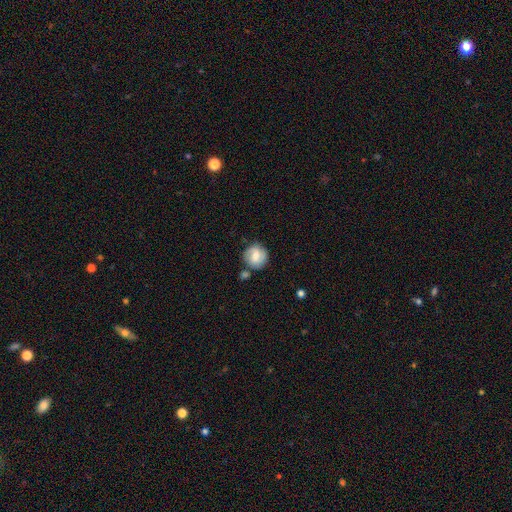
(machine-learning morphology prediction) Overall: smooth (53%; featured or disk 39%). How rounded: round (88%). Merging: none (68%).